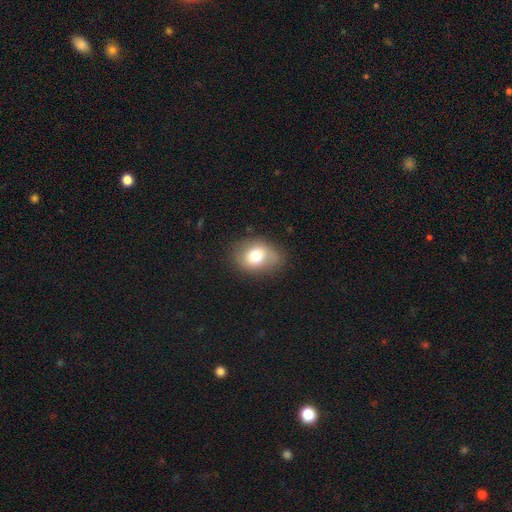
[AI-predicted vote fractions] This appears to be a smooth galaxy with no disk features (71%) that is in between round and cigar-shaped (64%). Merging: none (68%).